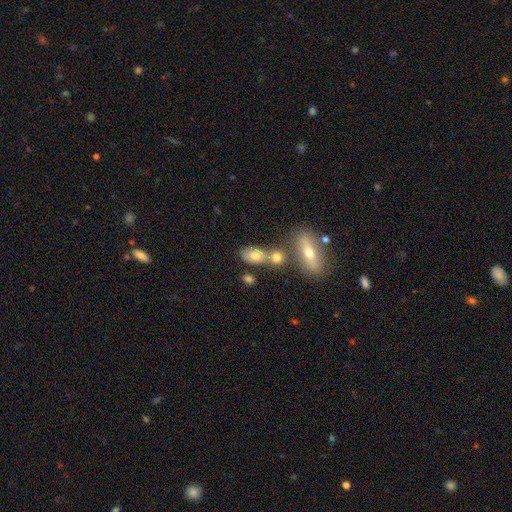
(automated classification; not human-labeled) The model was most divided on "merging": none: 49%, merger: 35%, minor disturbance: 11%, major disturbance: 4%. More confident: how rounded — in between (78%); smooth or featured — smooth (67%).